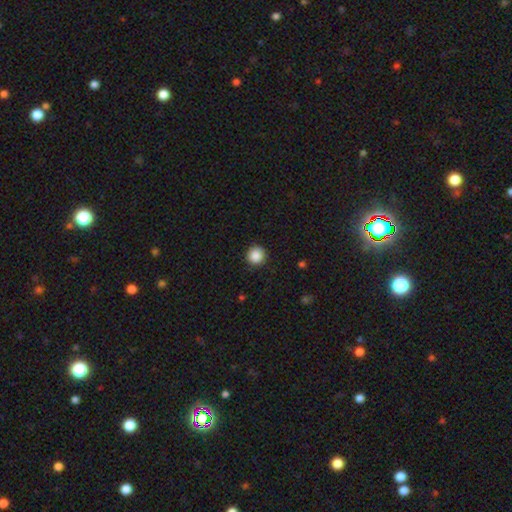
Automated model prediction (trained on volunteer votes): Smooth or featured? Predicted: smooth (p=0.88). How rounded? Predicted: round (p=0.94). Merging? Predicted: none (p=0.91).